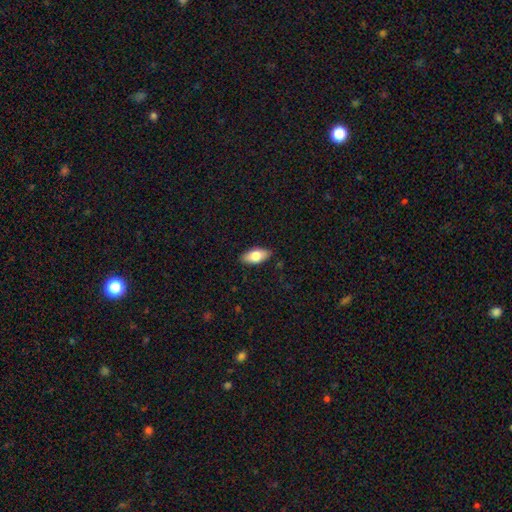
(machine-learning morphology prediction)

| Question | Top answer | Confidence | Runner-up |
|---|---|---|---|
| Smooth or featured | smooth | 76% | featured or disk (17%) |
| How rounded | in between | 89% | cigar-shaped (8%) |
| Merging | none | 87% | minor disturbance (10%) |